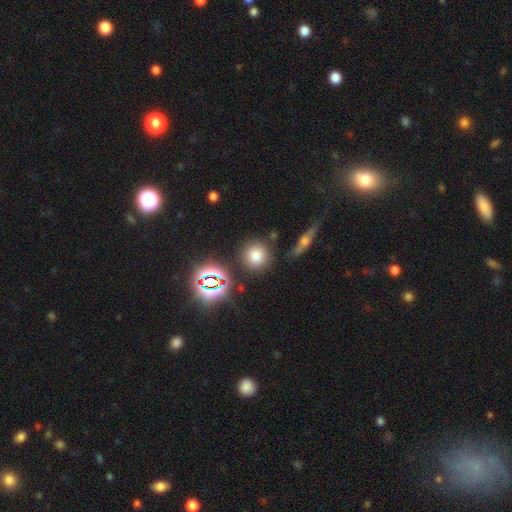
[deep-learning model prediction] Smooth or featured? Predicted: smooth (p=0.73). How rounded? Predicted: round (p=0.92). Merging? Predicted: none (p=0.84).